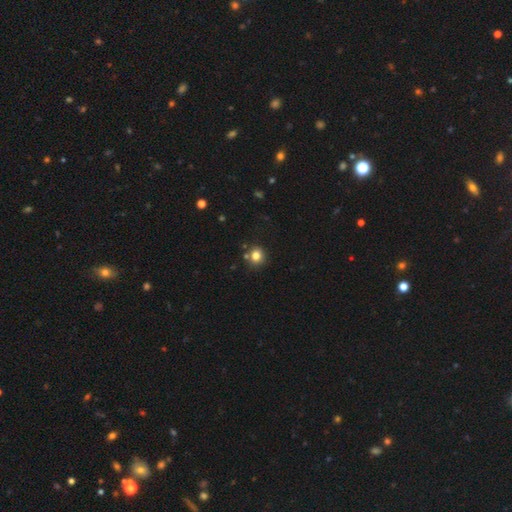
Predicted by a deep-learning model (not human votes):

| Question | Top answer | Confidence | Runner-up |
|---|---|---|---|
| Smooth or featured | smooth | 80% | star or artifact (13%) |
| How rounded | round | 82% | in between (17%) |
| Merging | none | 77% | minor disturbance (11%) |